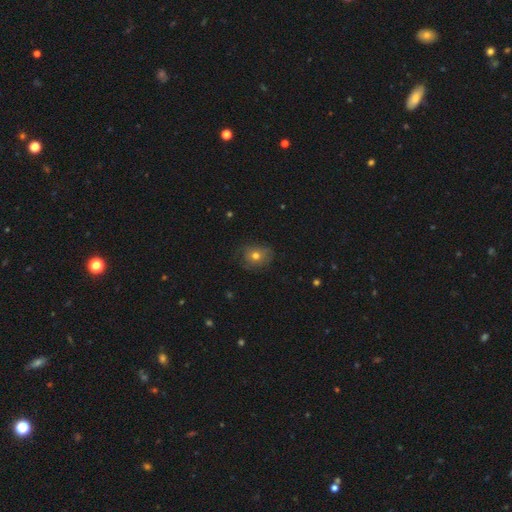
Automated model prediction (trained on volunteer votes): A smooth galaxy with no disk features (66%) that is round (64%). Merging: none (68%).